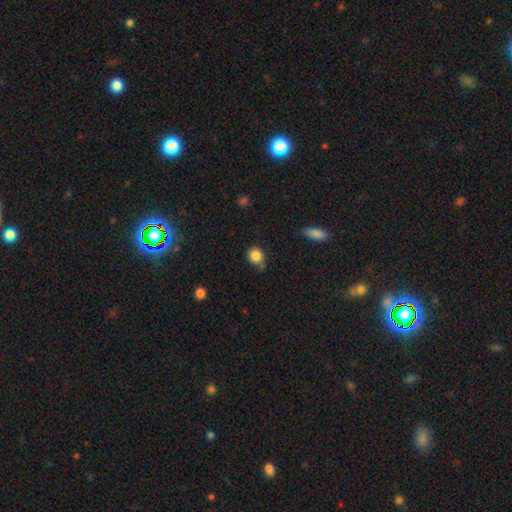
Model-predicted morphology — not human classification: A smooth galaxy with no disk features (85%) that is round (76%). Merging: none (67%).